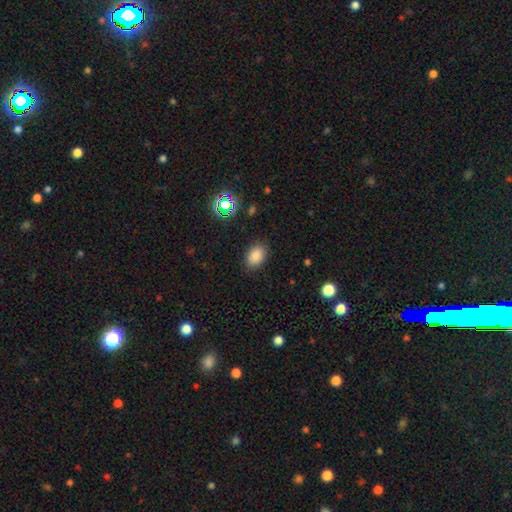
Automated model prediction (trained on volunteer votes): smooth_or_featured: smooth (p=0.84) [alt: star or artifact p=0.12]
how_rounded: in between (p=0.78) [alt: round p=0.21]
merging: none (p=0.86) [alt: minor disturbance p=0.10]